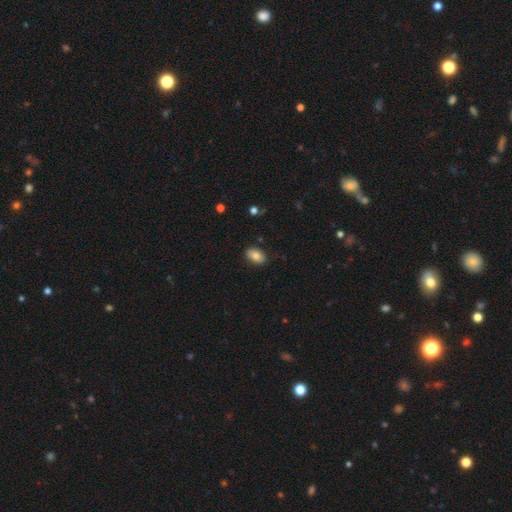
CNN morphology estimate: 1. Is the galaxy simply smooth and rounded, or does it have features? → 80% smooth, 12% featured or disk, 8% star or artifact.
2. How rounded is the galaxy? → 87% in between, 12% round, 1% cigar-shaped.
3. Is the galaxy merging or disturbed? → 86% none, 11% minor disturbance, 2% major disturbance, 1% merger.